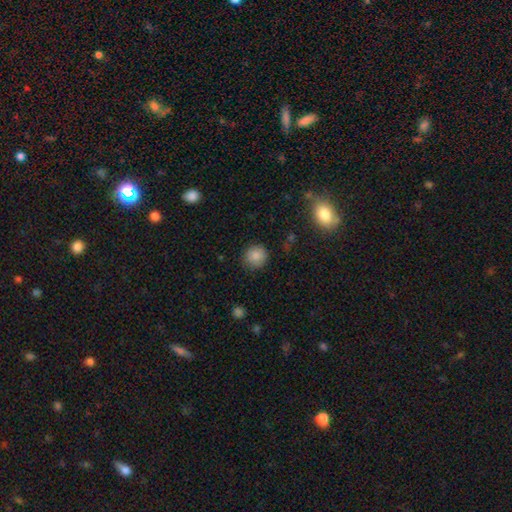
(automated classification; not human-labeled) smooth-or-featured: smooth: 85% | star or artifact: 10% | featured or disk: 5%
  how-rounded: round: 91% | in between: 8% | cigar-shaped: 1%
  merging: none: 86% | minor disturbance: 10% | major disturbance: 3% | merger: 1%